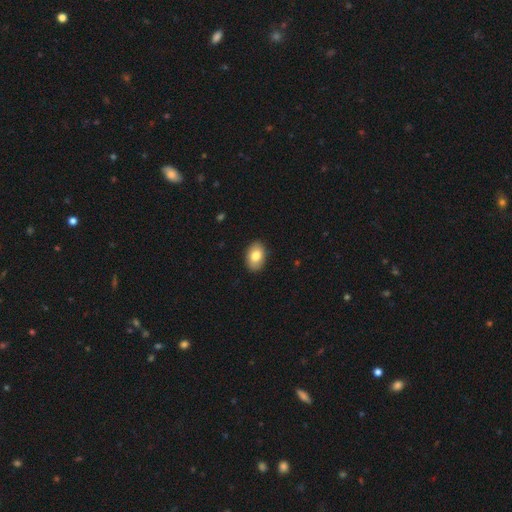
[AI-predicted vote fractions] smooth_or_featured: smooth (p=0.81) [alt: featured or disk p=0.12]
how_rounded: in between (p=0.88) [alt: round p=0.11]
merging: none (p=0.89) [alt: minor disturbance p=0.09]